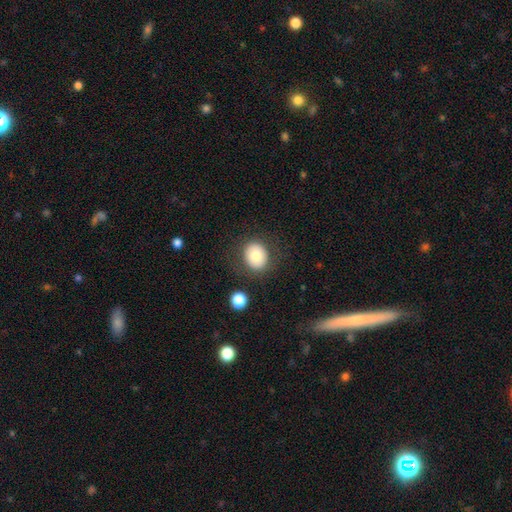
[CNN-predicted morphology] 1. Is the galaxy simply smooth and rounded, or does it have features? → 77% smooth, 15% featured or disk, 9% star or artifact.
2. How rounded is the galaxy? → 69% round, 30% in between, 1% cigar-shaped.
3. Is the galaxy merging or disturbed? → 82% none, 11% minor disturbance, 5% major disturbance, 3% merger.